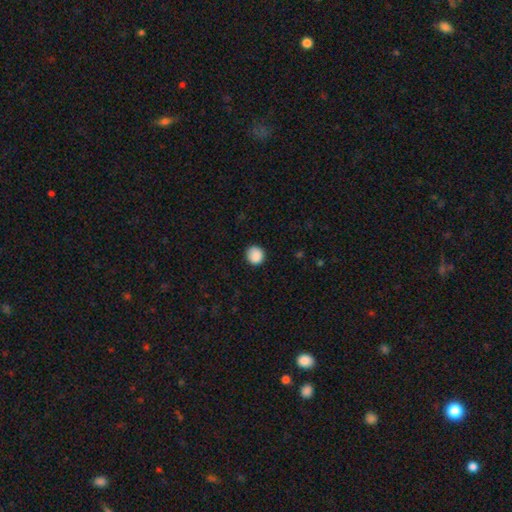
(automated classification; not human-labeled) Smooth or featured?
  - smooth: 88% *
  - star or artifact: 8%
  - featured or disk: 3%
How rounded?
  - round: 92% *
  - in between: 7%
  - cigar-shaped: 1%
Merging?
  - none: 87% *
  - minor disturbance: 10%
  - major disturbance: 2%
  - merger: 1%